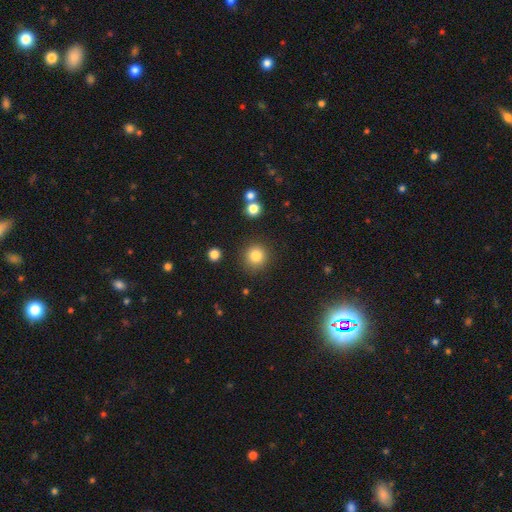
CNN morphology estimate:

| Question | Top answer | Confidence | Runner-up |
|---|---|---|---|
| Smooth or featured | smooth | 83% | star or artifact (11%) |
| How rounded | round | 93% | in between (7%) |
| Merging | none | 88% | minor disturbance (7%) |